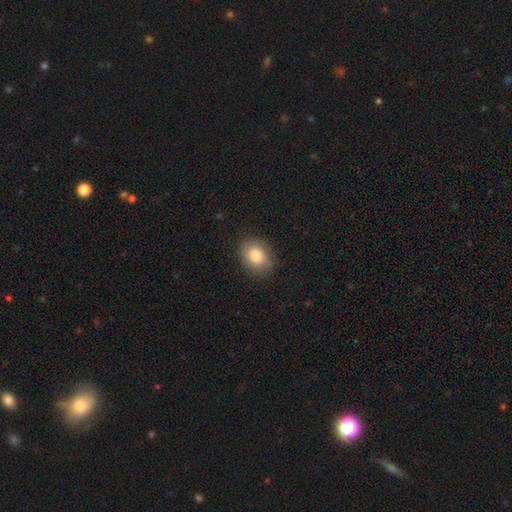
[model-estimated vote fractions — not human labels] Smooth or featured? Predicted: smooth (p=0.82). How rounded? Predicted: in between (p=0.59). Merging? Predicted: none (p=0.83).